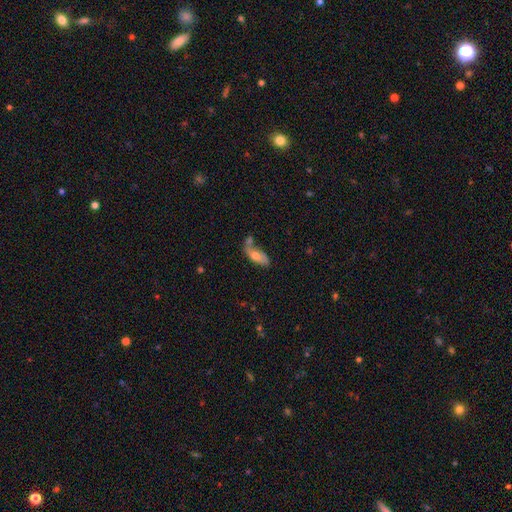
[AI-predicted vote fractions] Smooth or featured?
  - smooth: 56% *
  - featured or disk: 36%
  - star or artifact: 8%
How rounded?
  - in between: 82% *
  - cigar-shaped: 15%
  - round: 4%
Merging?
  - merger: 33% *
  - none: 30%
  - minor disturbance: 21%
  - major disturbance: 16%